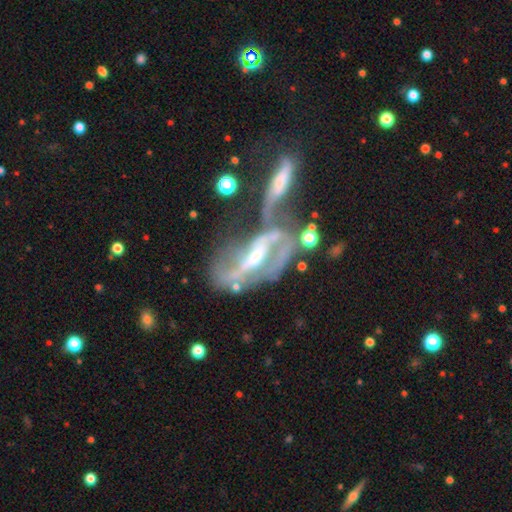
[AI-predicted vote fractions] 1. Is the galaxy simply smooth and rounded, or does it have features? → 82% featured or disk, 10% smooth, 7% star or artifact.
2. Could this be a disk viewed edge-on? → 87% no, 13% yes.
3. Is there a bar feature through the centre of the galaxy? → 46% strong, 30% weak, 24% no.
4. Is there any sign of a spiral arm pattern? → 76% yes, 24% no.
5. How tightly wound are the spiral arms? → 50% loose, 33% medium, 17% tight.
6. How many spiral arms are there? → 68% 2, 17% can't tell, 9% 1, 3% 3, 2% 4, 2% more than 4.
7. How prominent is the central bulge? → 43% moderate (tied), 43% small (tied), 8% none, 5% large, 2% dominant.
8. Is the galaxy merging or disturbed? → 52% merger, 22% major disturbance, 16% none, 10% minor disturbance.